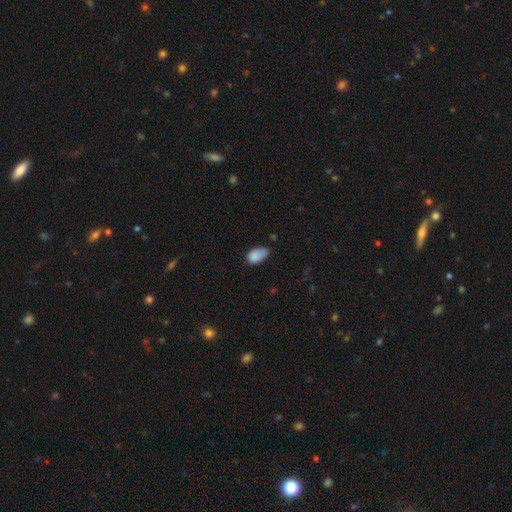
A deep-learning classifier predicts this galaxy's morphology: This appears to be a smooth galaxy with no disk features (85%) that is in between round and cigar-shaped (90%). Merging: none (43%).